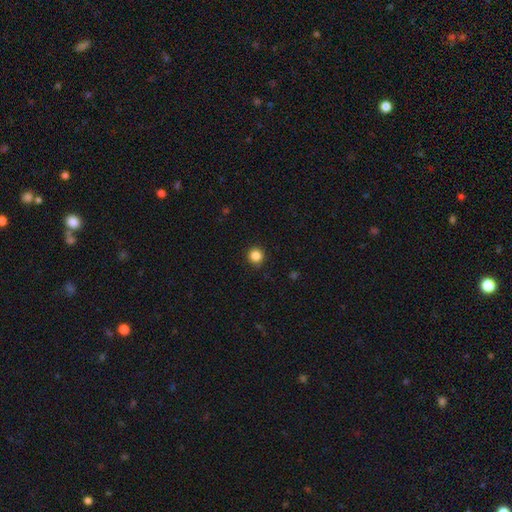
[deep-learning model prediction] Smooth or featured? smooth (85%)
How rounded? round (95%)
Merging? none (91%)